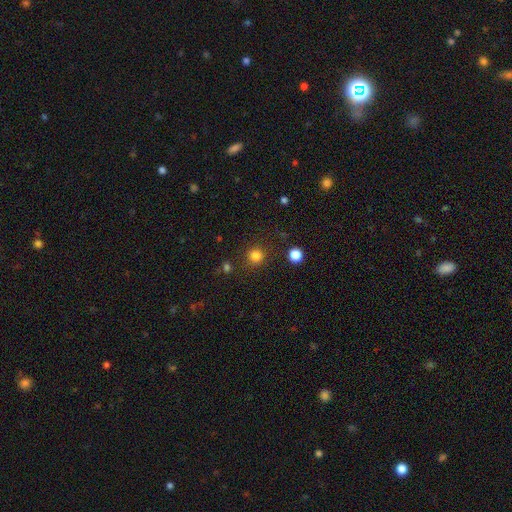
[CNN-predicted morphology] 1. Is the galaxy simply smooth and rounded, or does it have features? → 81% smooth, 15% star or artifact, 4% featured or disk.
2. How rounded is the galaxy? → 92% round, 7% in between, 1% cigar-shaped.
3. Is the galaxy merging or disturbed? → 86% none, 8% minor disturbance, 3% major disturbance, 3% merger.